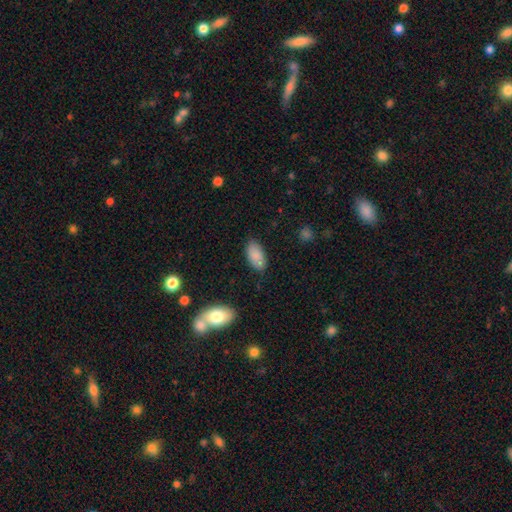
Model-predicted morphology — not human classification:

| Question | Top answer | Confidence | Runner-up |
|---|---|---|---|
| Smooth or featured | smooth | 85% | featured or disk (8%) |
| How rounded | in between | 94% | cigar-shaped (3%) |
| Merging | none | 79% | minor disturbance (16%) |